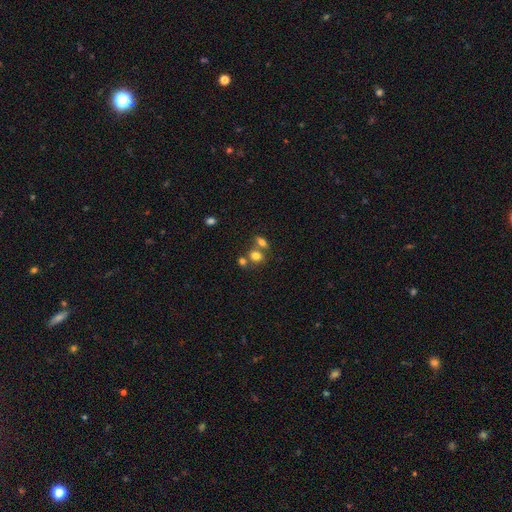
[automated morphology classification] This is likely a smooth galaxy (75%). How rounded: possibly round (52%). Merging: marginally none (44%).